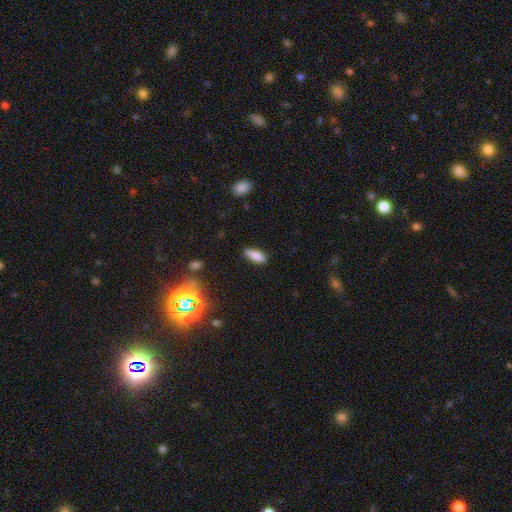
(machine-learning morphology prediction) This appears to be a smooth galaxy with no disk features (85%) that is in between round and cigar-shaped (68%). Merging: none (82%).